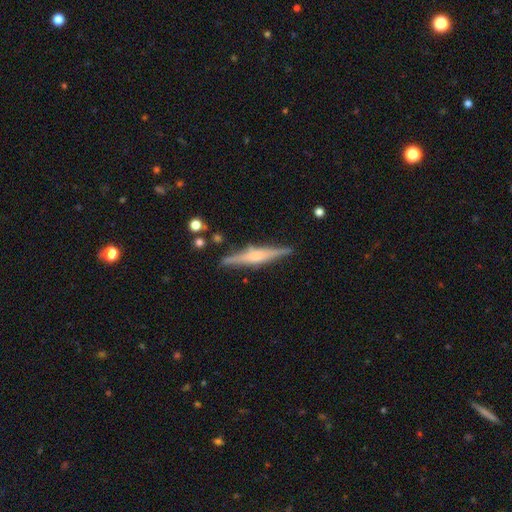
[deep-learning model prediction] Smooth or featured: featured or disk — 70% (smooth — 24%)
Edge-on disk: yes — 98% (no — 2%)
Edge-on bulge: rounded — 59% (boxy — 29%)
Merging: none — 86% (minor disturbance — 10%)